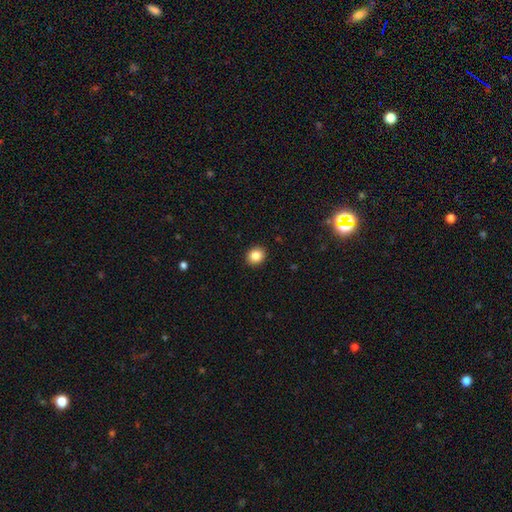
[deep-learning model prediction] This appears to be a smooth galaxy with no disk features (85%) that is round (73%). Merging: none (92%).